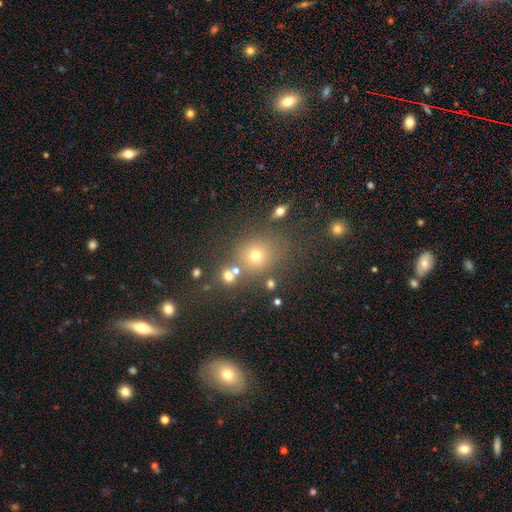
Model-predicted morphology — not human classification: smooth-or-featured: smooth: 63% | star or artifact: 26% | featured or disk: 11%
  how-rounded: round: 79% | in between: 20% | cigar-shaped: 1%
  merging: none: 73% | minor disturbance: 11% | merger: 11% | major disturbance: 5%